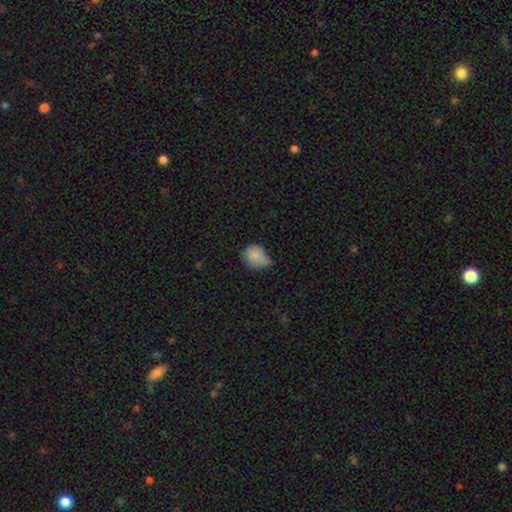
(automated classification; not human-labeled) Smooth or featured: smooth — 80% (featured or disk — 11%)
How rounded: round — 54% (in between — 45%)
Merging: minor disturbance — 44% (none — 38%)